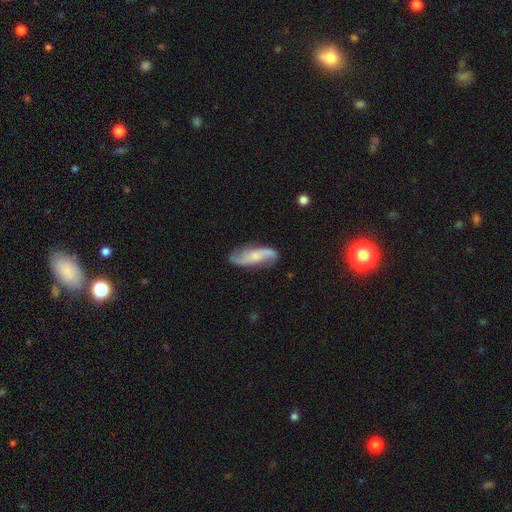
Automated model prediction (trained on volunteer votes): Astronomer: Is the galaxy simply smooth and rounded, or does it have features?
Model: featured or disk — 74%.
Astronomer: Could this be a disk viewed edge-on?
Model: no — 91%.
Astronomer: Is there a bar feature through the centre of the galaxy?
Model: no — 58%.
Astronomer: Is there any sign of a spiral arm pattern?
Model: yes — 95%.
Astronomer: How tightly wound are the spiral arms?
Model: loose — 60%.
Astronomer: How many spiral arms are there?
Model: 2 — 89%.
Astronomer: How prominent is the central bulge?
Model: small — 54%.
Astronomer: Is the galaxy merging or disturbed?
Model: none — 76%.